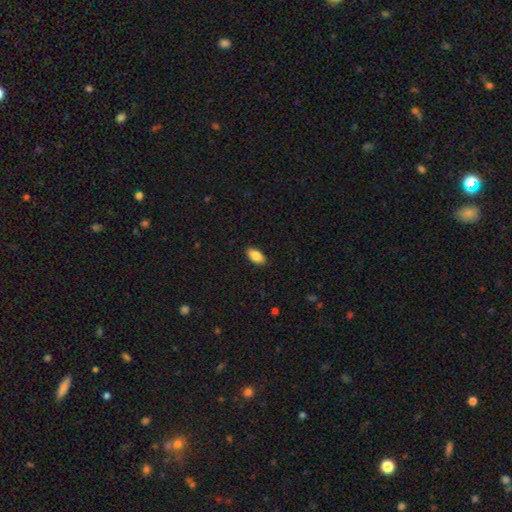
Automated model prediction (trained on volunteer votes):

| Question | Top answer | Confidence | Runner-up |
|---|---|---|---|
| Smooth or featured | smooth | 84% | featured or disk (9%) |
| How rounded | in between | 93% | cigar-shaped (4%) |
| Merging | none | 89% | minor disturbance (8%) |